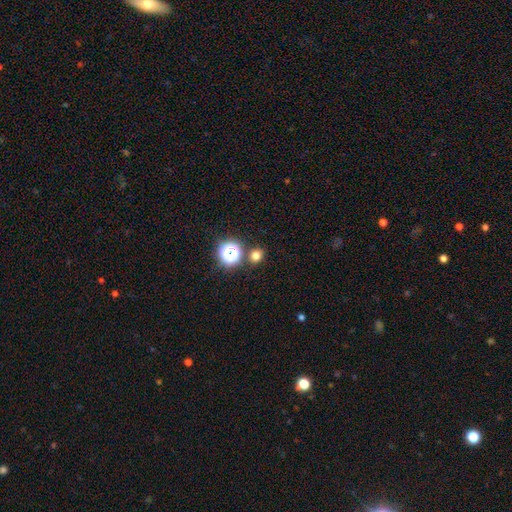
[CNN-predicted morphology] Smooth or featured?
  - smooth: 73% *
  - star or artifact: 22%
  - featured or disk: 5%
How rounded?
  - round: 77% *
  - in between: 22%
  - cigar-shaped: 1%
Merging?
  - none: 82% *
  - merger: 8%
  - minor disturbance: 8%
  - major disturbance: 3%